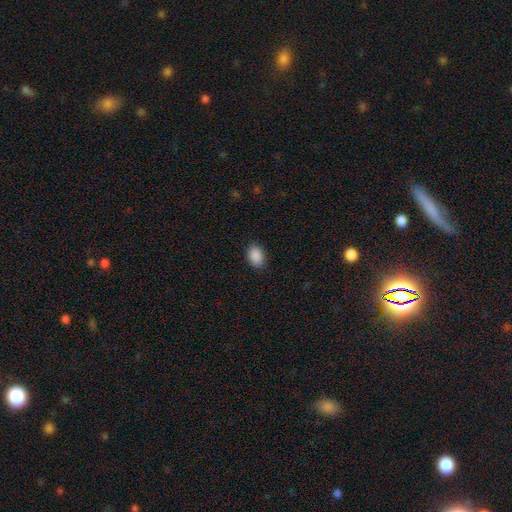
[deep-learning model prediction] Smooth or featured? Predicted: smooth (p=0.90). How rounded? Predicted: in between (p=0.84). Merging? Predicted: none (p=0.87).